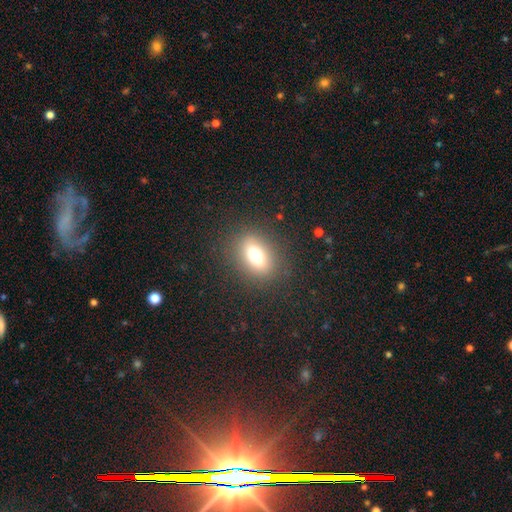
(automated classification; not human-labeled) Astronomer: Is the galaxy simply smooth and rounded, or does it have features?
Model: smooth — 71%.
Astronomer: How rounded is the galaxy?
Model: in between — 71%.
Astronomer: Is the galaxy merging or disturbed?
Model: none — 84%.